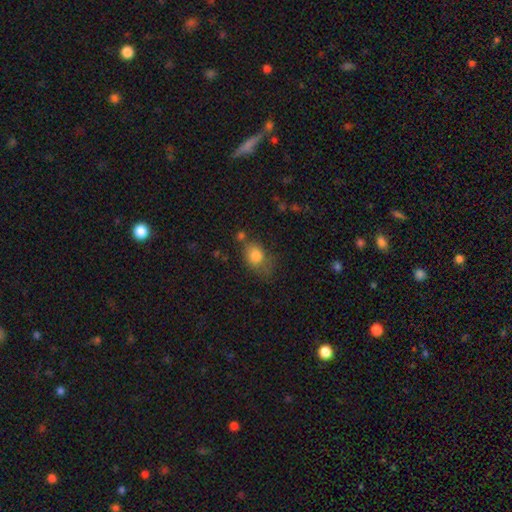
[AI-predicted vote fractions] Smooth or featured?
  - smooth: 80% *
  - featured or disk: 11%
  - star or artifact: 9%
How rounded?
  - in between: 64% *
  - round: 35%
  - cigar-shaped: 2%
Merging?
  - none: 46% *
  - minor disturbance: 30%
  - major disturbance: 15%
  - merger: 9%